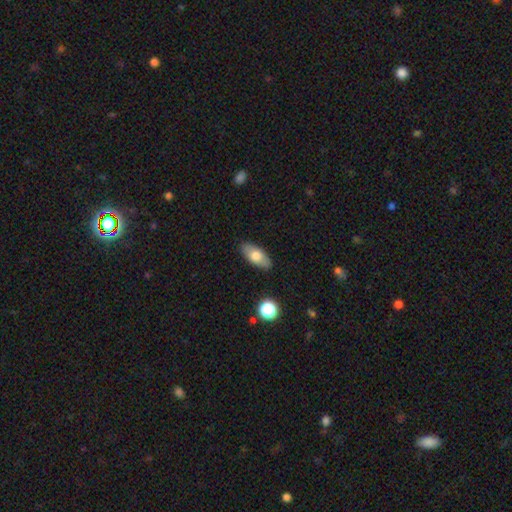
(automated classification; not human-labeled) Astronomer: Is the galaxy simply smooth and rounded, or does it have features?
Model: smooth — 73%.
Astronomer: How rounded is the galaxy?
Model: in between — 88%.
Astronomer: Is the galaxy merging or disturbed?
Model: none — 86%.